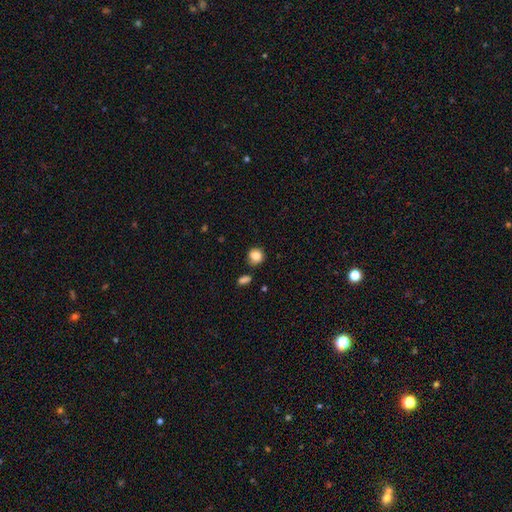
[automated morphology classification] Smooth or featured: smooth — 85% (star or artifact — 9%)
How rounded: round — 83% (in between — 15%)
Merging: none — 75% (minor disturbance — 16%)